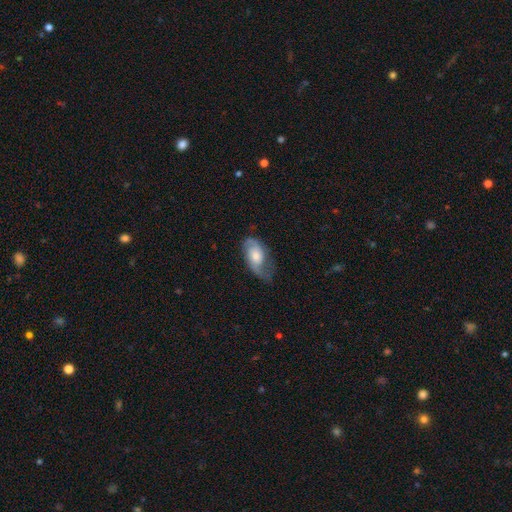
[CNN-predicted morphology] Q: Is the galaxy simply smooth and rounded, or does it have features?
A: featured or disk — 60%.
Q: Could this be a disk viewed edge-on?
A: no — 94%.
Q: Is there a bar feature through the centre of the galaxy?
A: no — 69%.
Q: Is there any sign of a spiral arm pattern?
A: yes — 87%.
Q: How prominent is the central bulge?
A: moderate — 54%.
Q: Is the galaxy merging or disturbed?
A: none — 52%.